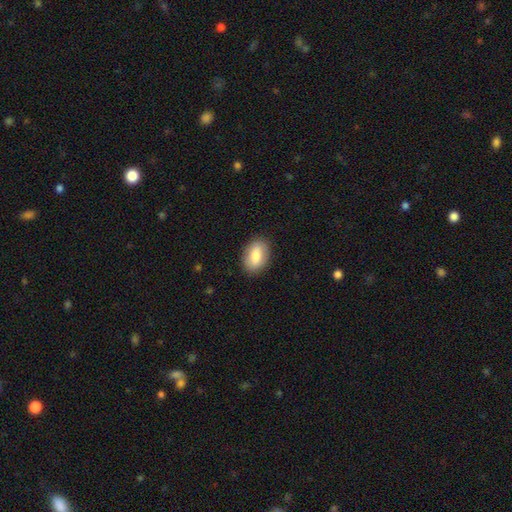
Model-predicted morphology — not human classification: Smooth or featured? Predicted: smooth (p=0.81). How rounded? Predicted: in between (p=0.87). Merging? Predicted: none (p=0.87).